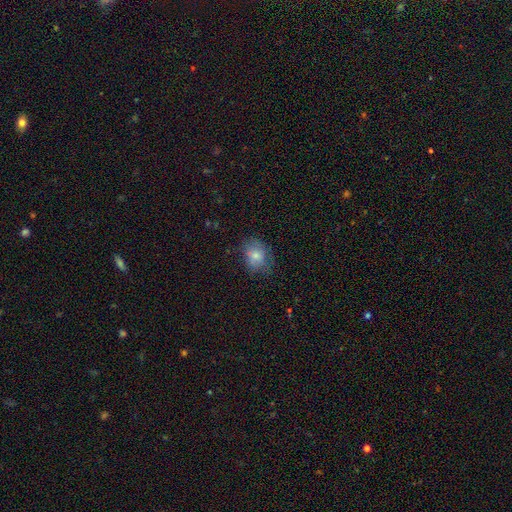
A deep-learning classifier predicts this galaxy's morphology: Smooth or featured? smooth (75%)
How rounded? in between (56%)
Merging? none (60%)